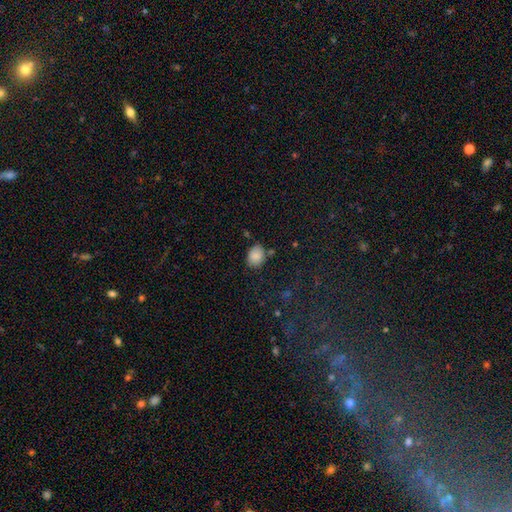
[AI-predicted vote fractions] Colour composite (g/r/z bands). It shows a smooth galaxy with no disk features (87%) that is in between round and cigar-shaped (59%). Merging: none (74%).